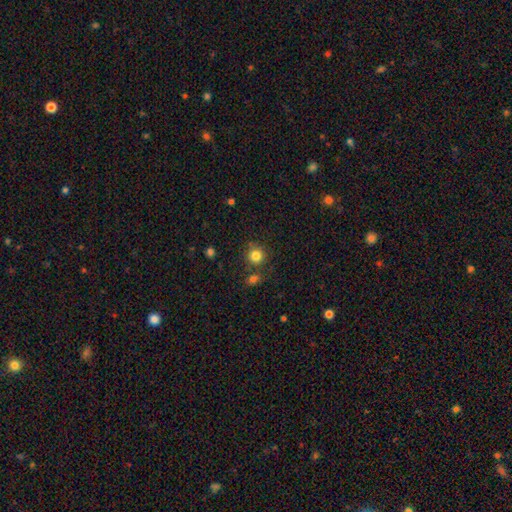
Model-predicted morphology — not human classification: Smooth or featured?
  - smooth: 82% *
  - star or artifact: 12%
  - featured or disk: 5%
How rounded?
  - round: 93% *
  - in between: 6%
  - cigar-shaped: 1%
Merging?
  - none: 79% *
  - merger: 9%
  - minor disturbance: 9%
  - major disturbance: 3%